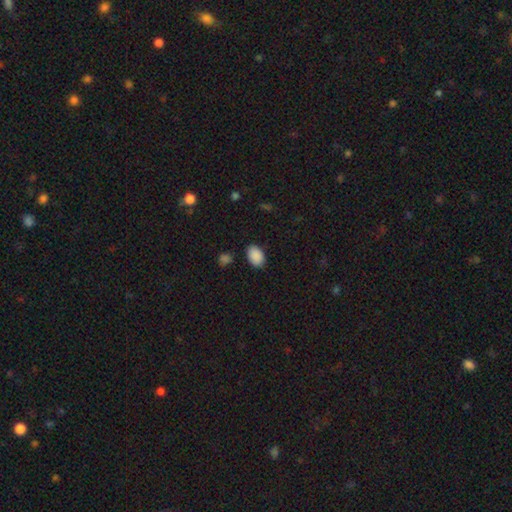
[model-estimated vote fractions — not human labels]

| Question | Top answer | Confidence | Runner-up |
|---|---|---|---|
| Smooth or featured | smooth | 90% | star or artifact (8%) |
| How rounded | in between | 85% | round (14%) |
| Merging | none | 85% | minor disturbance (10%) |